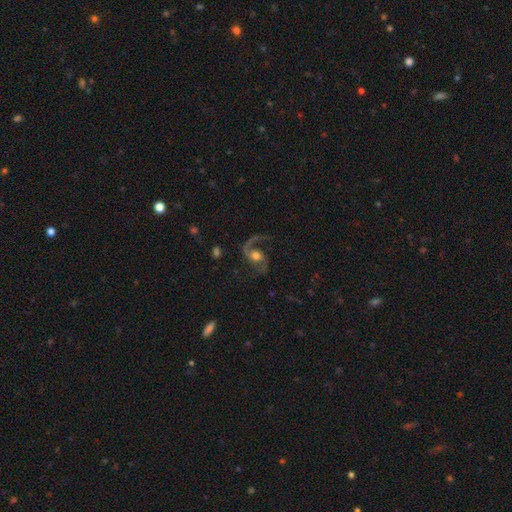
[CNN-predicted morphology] Q: Smooth or featured?
A: featured or disk (88%); runner-up: smooth (6%)
Q: Edge-on disk?
A: no (98%); runner-up: yes (2%)
Q: Bar?
A: no (57%); runner-up: weak (32%)
Q: Spiral arms?
A: yes (97%); runner-up: no (3%)
Q: Spiral winding?
A: loose (51%); runner-up: medium (42%)
Q: Spiral arm count?
A: 2 (88%); runner-up: 1 (7%)
Q: Bulge size?
A: moderate (63%); runner-up: large (21%)
Q: Merging?
A: none (70%); runner-up: major disturbance (14%)